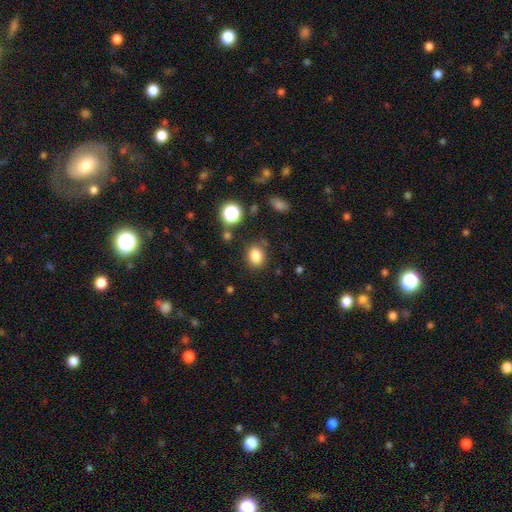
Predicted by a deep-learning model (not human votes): Overall: smooth (82%). How rounded: in between (52%; round 47%). Merging: none (78%).